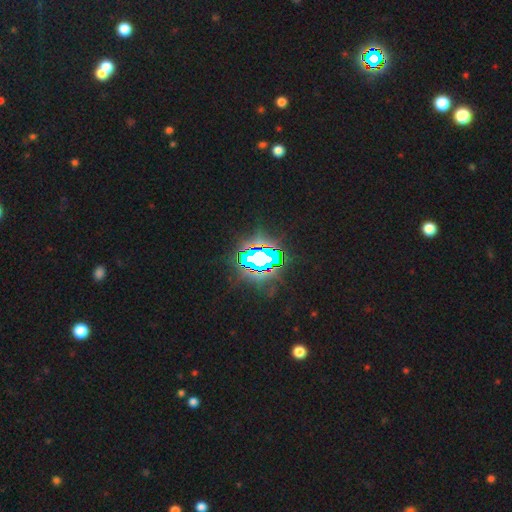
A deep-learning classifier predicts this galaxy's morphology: Smooth or featured: star or artifact — 80% (smooth — 10%)